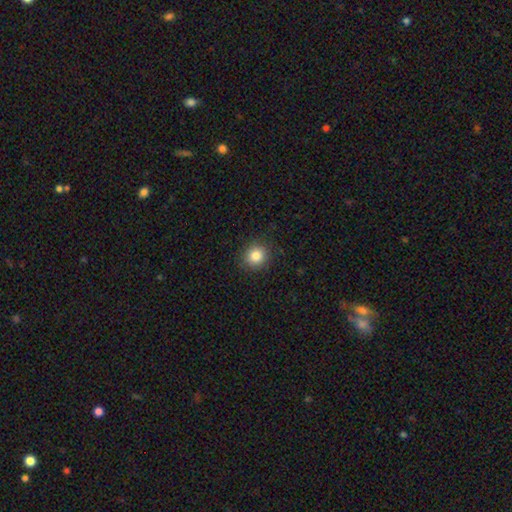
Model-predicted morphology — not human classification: smooth 83%, star or artifact 11%, featured or disk 6%. Down the decision tree: how rounded — round (88%); merging — none (90%).